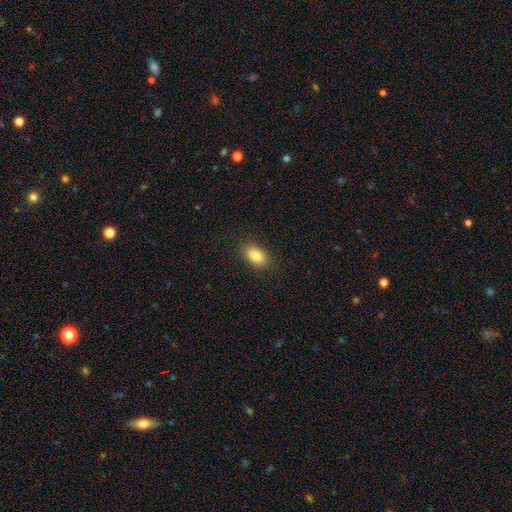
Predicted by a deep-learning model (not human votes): Overall: smooth (83%). How rounded: in between (88%). Merging: none (88%).